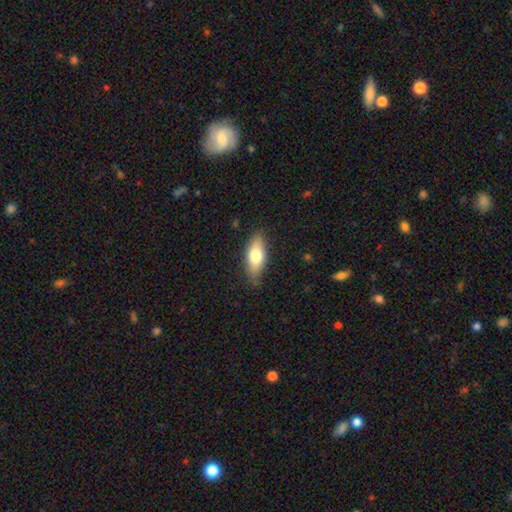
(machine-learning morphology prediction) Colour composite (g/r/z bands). It shows a smooth galaxy with no disk features (69%) that is in between round and cigar-shaped (76%). Merging: none (82%).